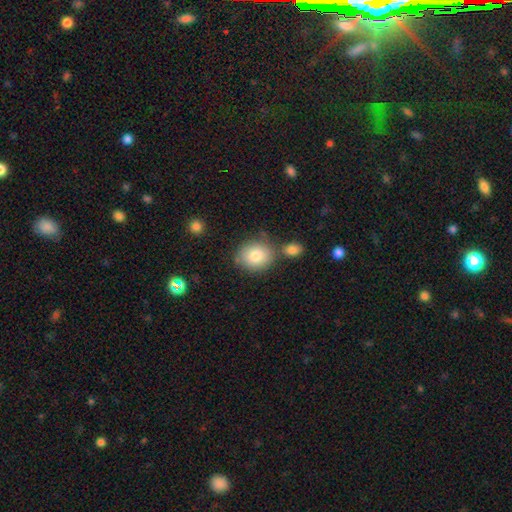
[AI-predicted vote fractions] This appears to be a smooth galaxy with no disk features (82%) that is round (71%). Merging: none (68%).